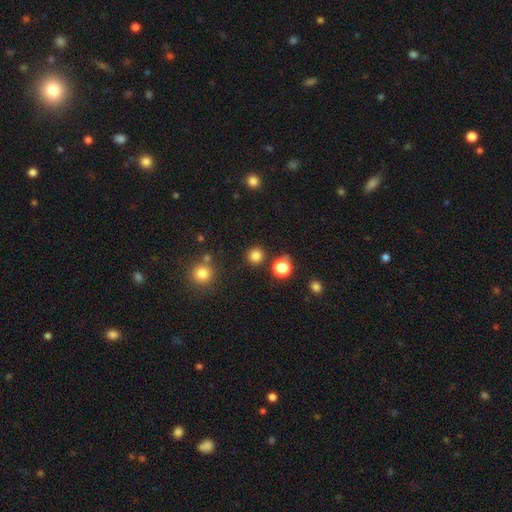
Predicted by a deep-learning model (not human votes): Q: Smooth or featured?
A: smooth (82%); runner-up: star or artifact (14%)
Q: How rounded?
A: round (94%); runner-up: in between (5%)
Q: Merging?
A: none (88%); runner-up: minor disturbance (6%)